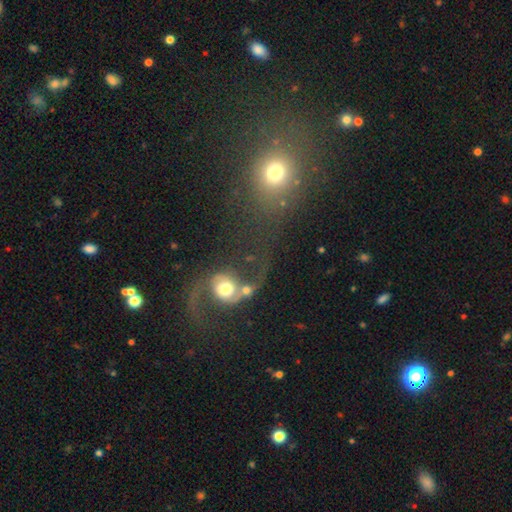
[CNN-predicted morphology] Smooth or featured: featured or disk — 52% (smooth — 29%)
Edge-on disk: no — 95% (yes — 5%)
Merging: merger — 48% (none — 30%)